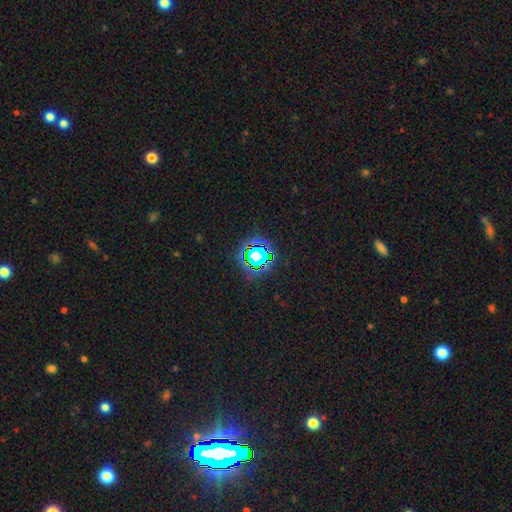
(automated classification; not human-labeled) The model was most divided on "smooth or featured": star or artifact: 66%, smooth: 21%, featured or disk: 12%.